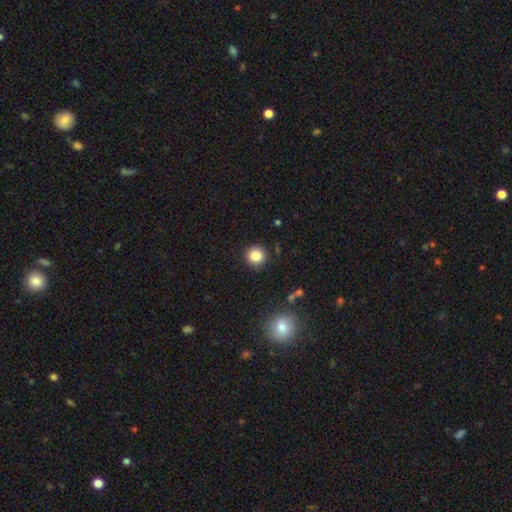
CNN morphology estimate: Smooth or featured?
  - smooth: 84% *
  - star or artifact: 11%
  - featured or disk: 5%
How rounded?
  - round: 94% *
  - in between: 5%
  - cigar-shaped: 1%
Merging?
  - none: 90% *
  - minor disturbance: 6%
  - major disturbance: 2%
  - merger: 1%